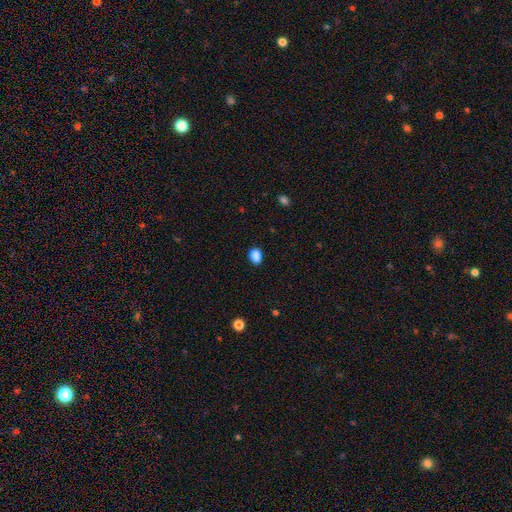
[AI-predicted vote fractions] Smooth or featured?
  - smooth: 88% *
  - star or artifact: 10%
  - featured or disk: 3%
How rounded?
  - in between: 70% *
  - round: 29%
  - cigar-shaped: 1%
Merging?
  - none: 86% *
  - minor disturbance: 10%
  - major disturbance: 2%
  - merger: 1%